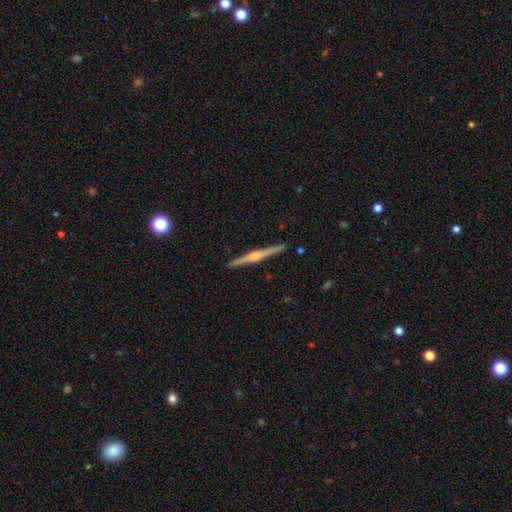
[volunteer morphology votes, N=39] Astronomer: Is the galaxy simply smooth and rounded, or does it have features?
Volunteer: featured or disk — 77%.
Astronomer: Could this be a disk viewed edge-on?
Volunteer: yes — 100%.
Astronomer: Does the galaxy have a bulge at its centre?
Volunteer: rounded — 87%.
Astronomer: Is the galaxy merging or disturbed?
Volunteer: none — 94%.